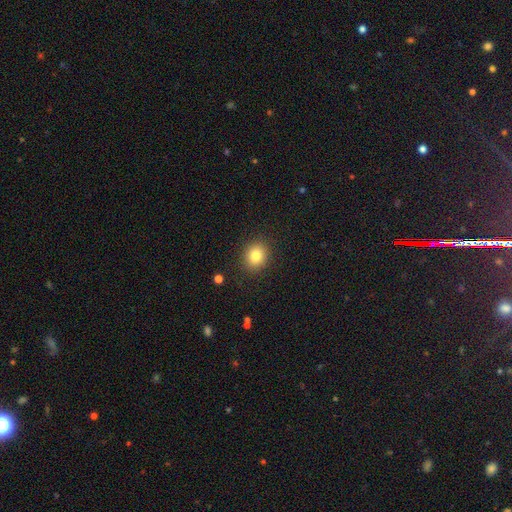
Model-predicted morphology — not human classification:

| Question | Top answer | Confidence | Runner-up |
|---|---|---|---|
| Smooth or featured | smooth | 82% | star or artifact (11%) |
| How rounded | round | 66% | in between (34%) |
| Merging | none | 89% | minor disturbance (8%) |